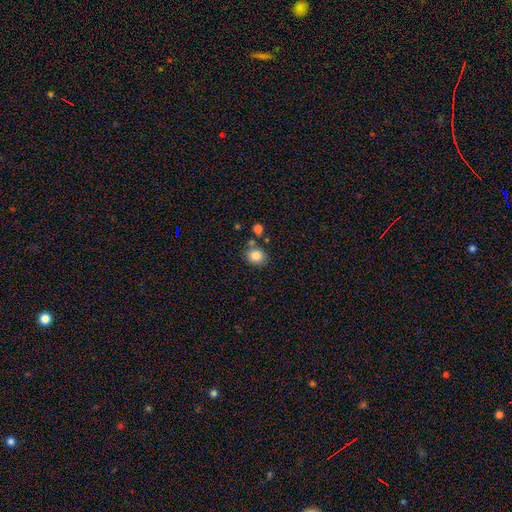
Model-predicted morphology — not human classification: This is clearly a smooth galaxy (84%). How rounded: likely round (63%). Merging: likely none (72%).